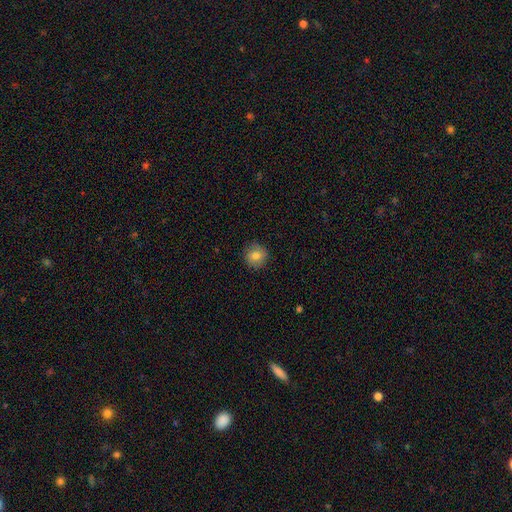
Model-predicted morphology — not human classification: The model was most divided on "smooth or featured": smooth: 82%, star or artifact: 9%, featured or disk: 8%. More confident: how rounded — round (92%); merging — none (90%).